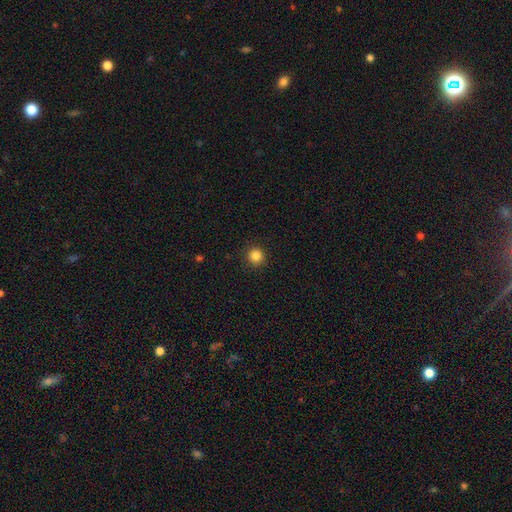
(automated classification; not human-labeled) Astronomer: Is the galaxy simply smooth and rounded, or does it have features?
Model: smooth — 84%.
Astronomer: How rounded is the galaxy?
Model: round — 94%.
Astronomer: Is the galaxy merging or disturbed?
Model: none — 91%.